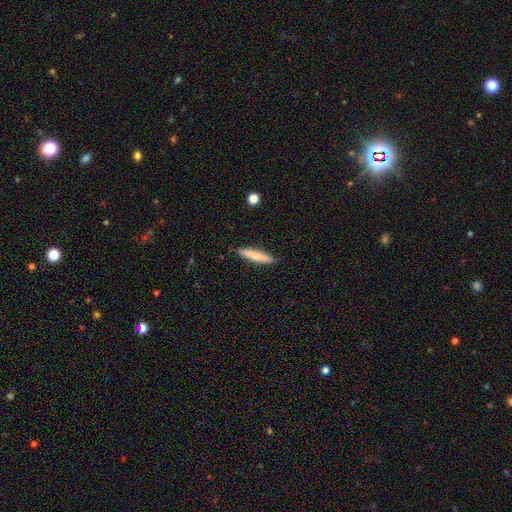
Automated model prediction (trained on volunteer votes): Morphology: type=smooth (74%); roundness=cigar-shaped (91%); merging=none (89%).